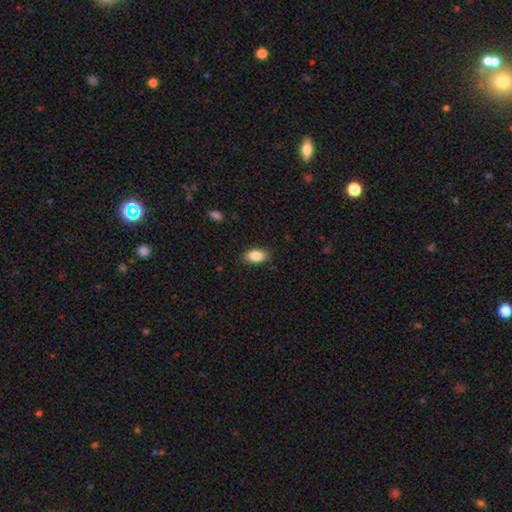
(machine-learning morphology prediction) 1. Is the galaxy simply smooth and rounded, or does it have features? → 88% smooth, 7% star or artifact, 5% featured or disk.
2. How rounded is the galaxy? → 92% in between, 6% round, 3% cigar-shaped.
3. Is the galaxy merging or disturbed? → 86% none, 10% minor disturbance, 2% major disturbance, 1% merger.